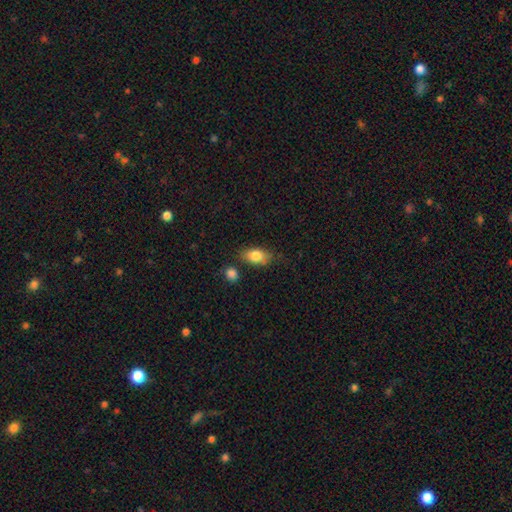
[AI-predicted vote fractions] smooth-or-featured: smooth: 80% | featured or disk: 13% | star or artifact: 7%
  how-rounded: in between: 86% | round: 8% | cigar-shaped: 6%
  merging: none: 72% | minor disturbance: 17% | merger: 7% | major disturbance: 4%